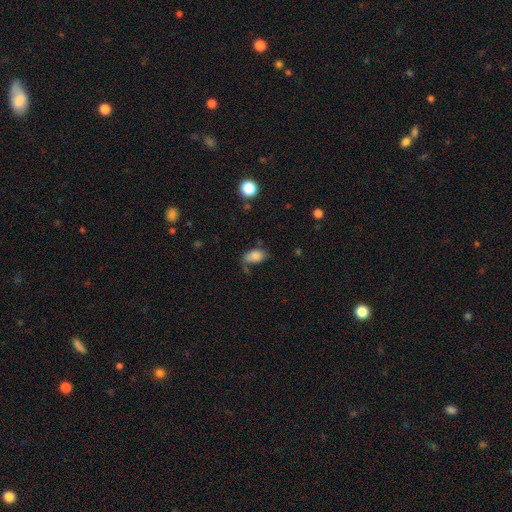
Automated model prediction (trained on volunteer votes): Smooth or featured?
  - smooth: 83% *
  - star or artifact: 10%
  - featured or disk: 7%
How rounded?
  - in between: 90% *
  - round: 7%
  - cigar-shaped: 2%
Merging?
  - none: 54% *
  - minor disturbance: 27%
  - major disturbance: 10%
  - merger: 8%